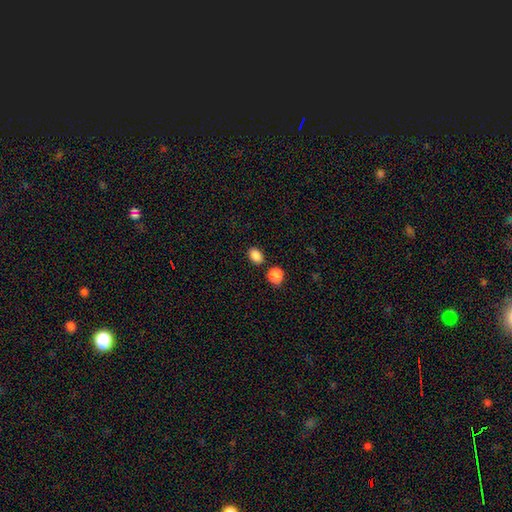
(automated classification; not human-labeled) Smooth or featured?
  - smooth: 87% *
  - star or artifact: 9%
  - featured or disk: 4%
How rounded?
  - in between: 72% *
  - round: 26%
  - cigar-shaped: 1%
Merging?
  - none: 79% *
  - minor disturbance: 10%
  - merger: 8%
  - major disturbance: 3%